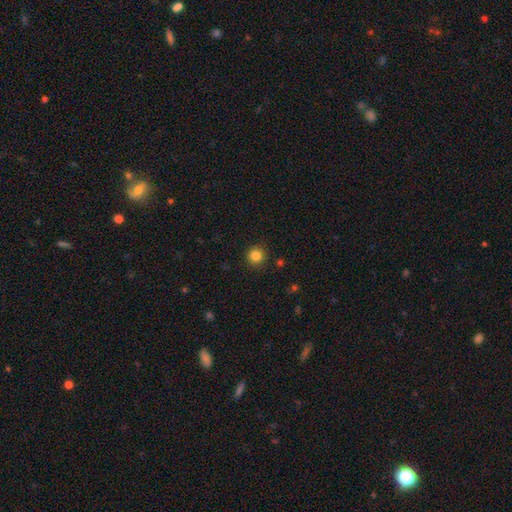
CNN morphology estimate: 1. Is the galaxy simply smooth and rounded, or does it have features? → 84% smooth, 12% star or artifact, 5% featured or disk.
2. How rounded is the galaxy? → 94% round, 5% in between, 1% cigar-shaped.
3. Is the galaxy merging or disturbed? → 91% none, 6% minor disturbance, 2% major disturbance, 1% merger.